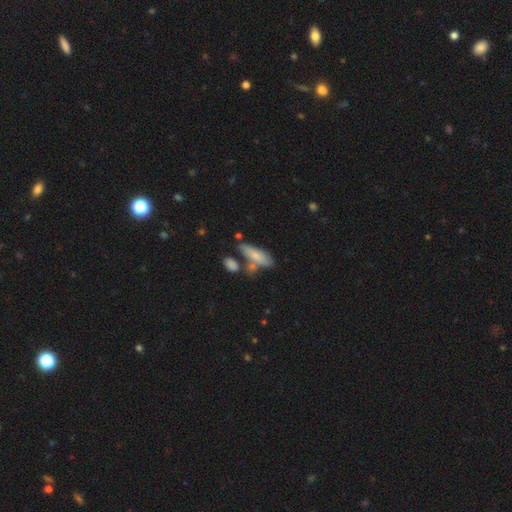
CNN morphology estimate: Q: Smooth or featured?
A: smooth (70%); runner-up: featured or disk (23%)
Q: How rounded?
A: in between (57%); runner-up: cigar-shaped (40%)
Q: Merging?
A: none (52%); runner-up: merger (23%)